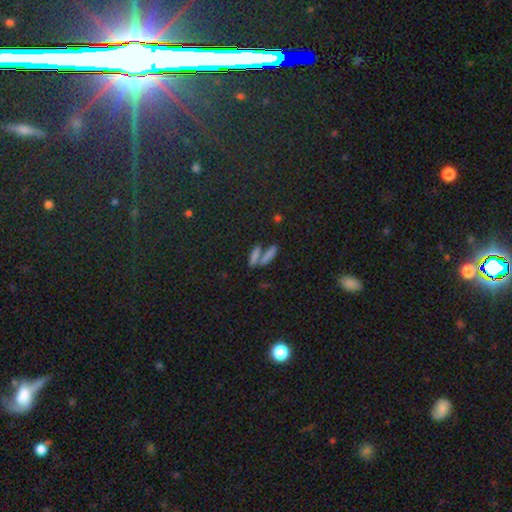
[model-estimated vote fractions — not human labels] This appears to be a smooth galaxy with no disk features (57%) that is cigar-shaped (60%). Merging: none (53%).